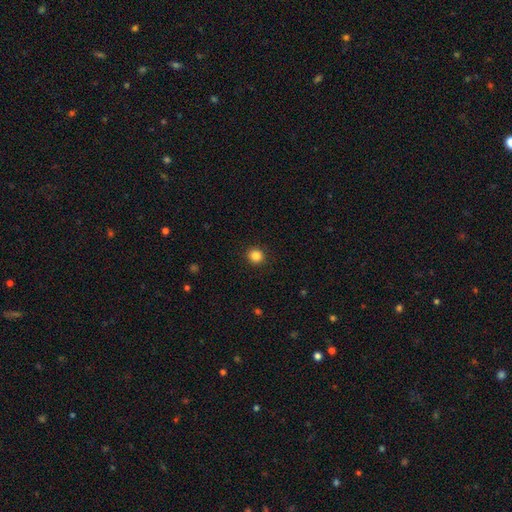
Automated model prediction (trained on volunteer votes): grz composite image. It shows a smooth galaxy with no disk features (86%) that is round (91%). Merging: none (92%).